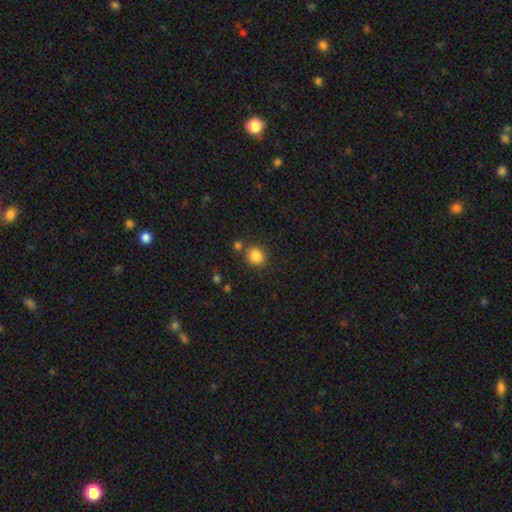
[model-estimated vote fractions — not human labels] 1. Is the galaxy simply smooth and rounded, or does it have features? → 85% smooth, 10% star or artifact, 5% featured or disk.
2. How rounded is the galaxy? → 87% round, 12% in between, 1% cigar-shaped.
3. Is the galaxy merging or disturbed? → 78% none, 10% merger, 9% minor disturbance, 3% major disturbance.